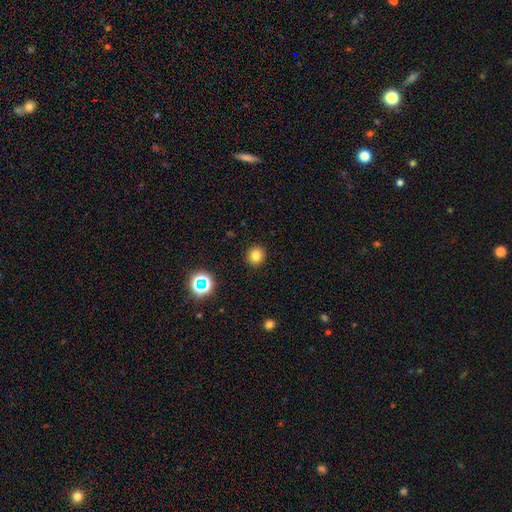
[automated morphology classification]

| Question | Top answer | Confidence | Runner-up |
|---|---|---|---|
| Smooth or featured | smooth | 79% | star or artifact (15%) |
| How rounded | round | 87% | in between (12%) |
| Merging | none | 91% | minor disturbance (6%) |